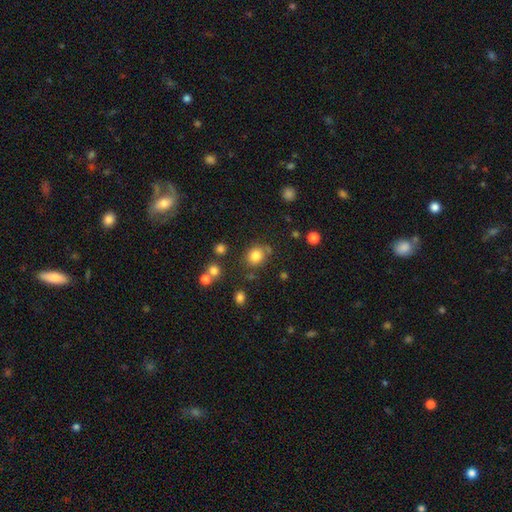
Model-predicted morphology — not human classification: This is clearly a smooth galaxy (81%). How rounded: likely round (70%). Merging: likely none (74%).